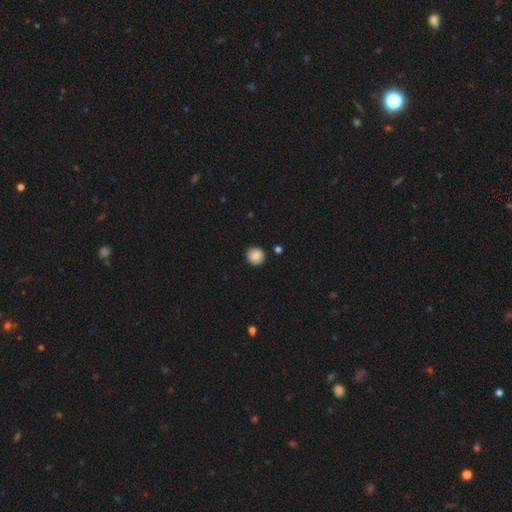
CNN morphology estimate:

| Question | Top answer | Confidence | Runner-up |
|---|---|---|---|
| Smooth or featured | smooth | 88% | star or artifact (9%) |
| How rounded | round | 94% | in between (5%) |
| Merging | none | 90% | minor disturbance (7%) |